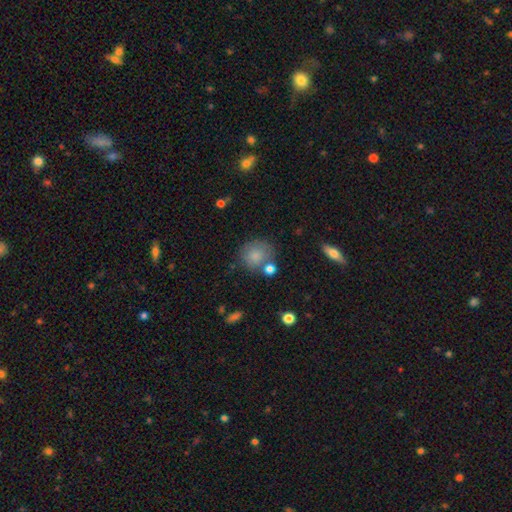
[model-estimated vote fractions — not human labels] Smooth or featured: smooth — 82% (star or artifact — 9%)
How rounded: round — 86% (in between — 13%)
Merging: none — 64% (minor disturbance — 16%)